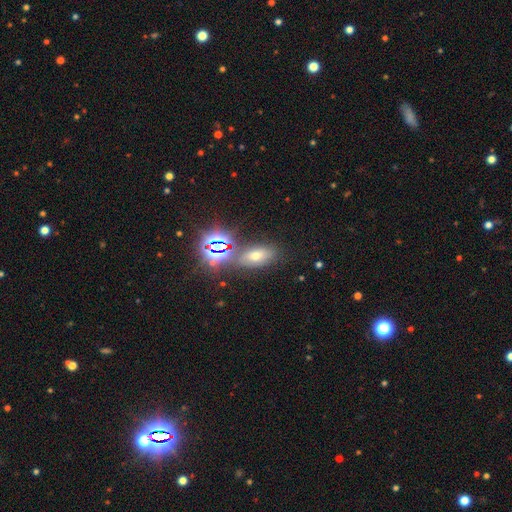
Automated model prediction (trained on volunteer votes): Overall: star or artifact (41%, tied with smooth).